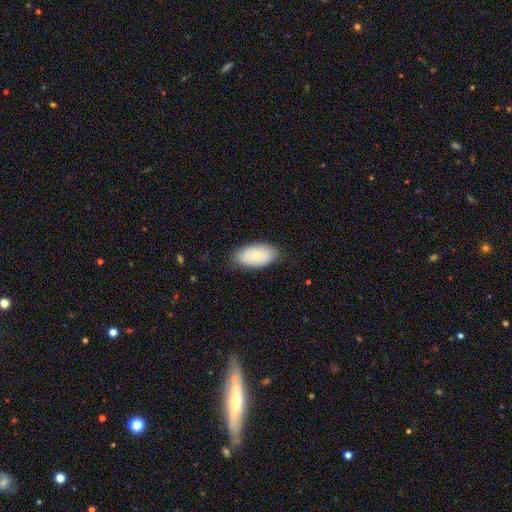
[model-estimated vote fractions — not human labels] Morphology: type=smooth (75%); roundness=in between (95%); merging=none (82%).